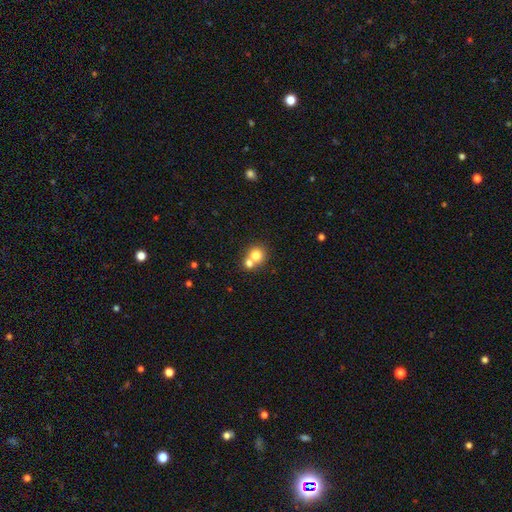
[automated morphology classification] Smooth or featured? smooth (76%)
How rounded? round (85%)
Merging? merger (52%)